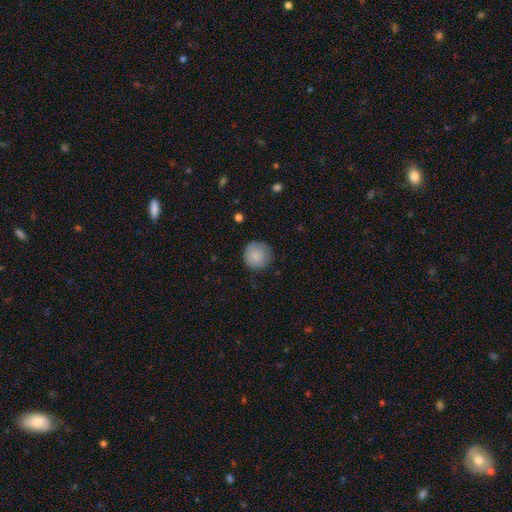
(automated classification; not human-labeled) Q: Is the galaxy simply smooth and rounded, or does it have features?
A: smooth — 84%.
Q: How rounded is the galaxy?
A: round — 95%.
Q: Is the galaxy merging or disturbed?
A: none — 82%.